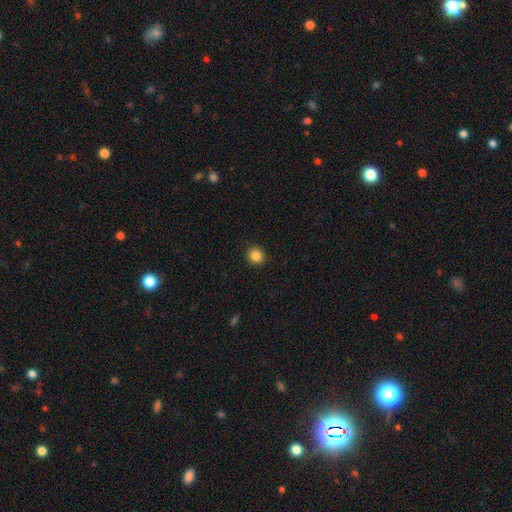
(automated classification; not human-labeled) Overall: smooth (86%). How rounded: round (88%). Merging: none (92%).